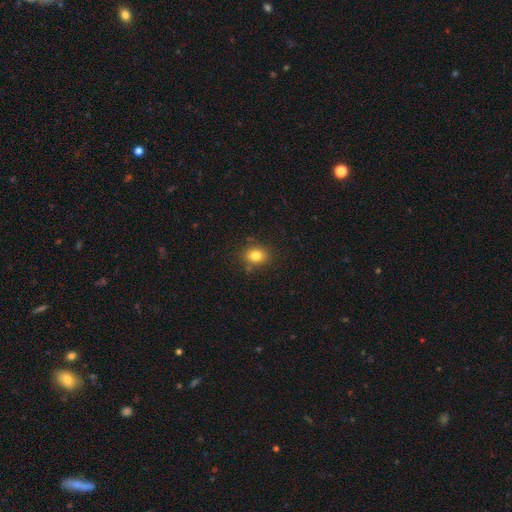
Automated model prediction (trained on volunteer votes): Q: Smooth or featured?
A: smooth (81%); runner-up: star or artifact (12%)
Q: How rounded?
A: round (58%); runner-up: in between (41%)
Q: Merging?
A: none (82%); runner-up: minor disturbance (12%)